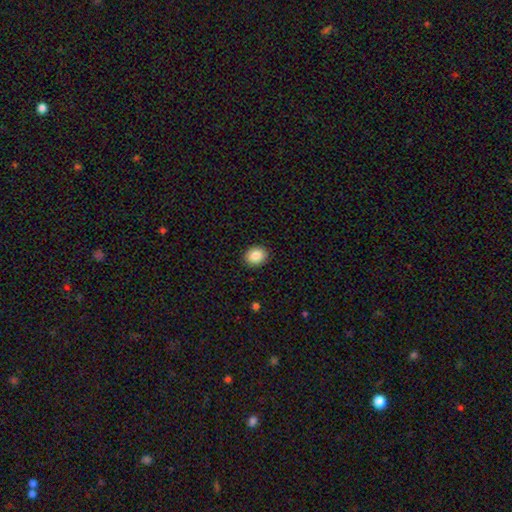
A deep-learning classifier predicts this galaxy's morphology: type=smooth (87%); roundness=round (59%); merging=none (90%).